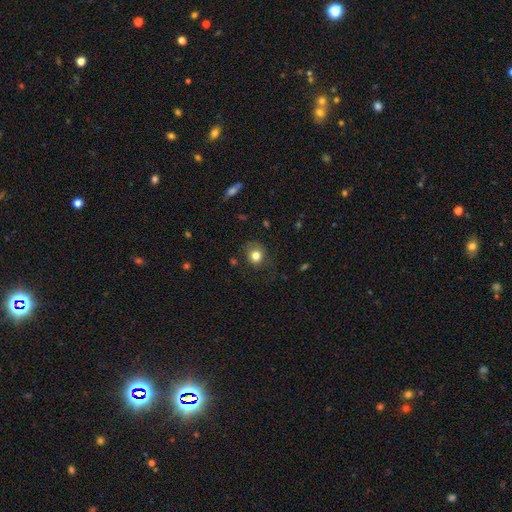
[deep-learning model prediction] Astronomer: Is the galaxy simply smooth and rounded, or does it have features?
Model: smooth — 80%.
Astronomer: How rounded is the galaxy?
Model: round — 78%.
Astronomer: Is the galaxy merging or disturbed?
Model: none — 69%.